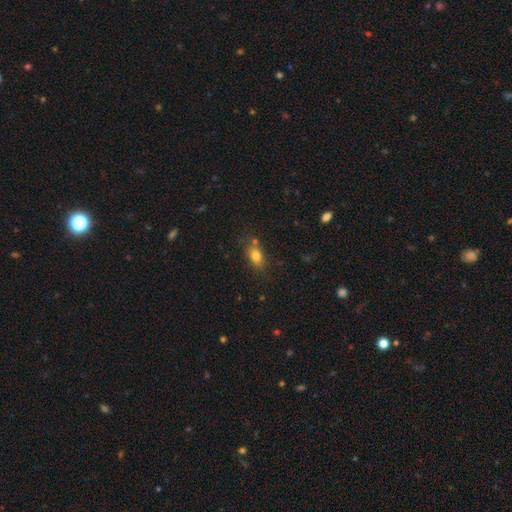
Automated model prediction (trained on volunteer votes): Overall: smooth (80%). How rounded: in between (76%). Merging: none (67%).